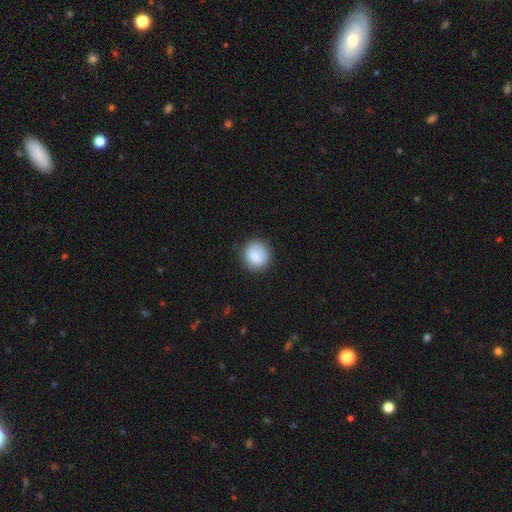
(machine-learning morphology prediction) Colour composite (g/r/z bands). It shows a smooth galaxy with no disk features (87%) that is round (87%). Merging: none (84%).